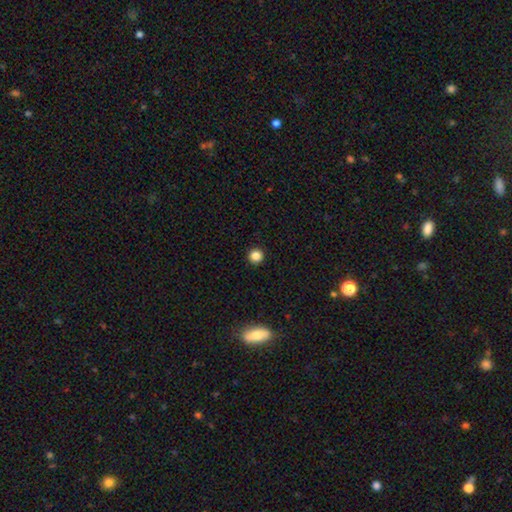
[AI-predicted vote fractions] Morphology: type=smooth (85%); roundness=round (96%); merging=none (94%).